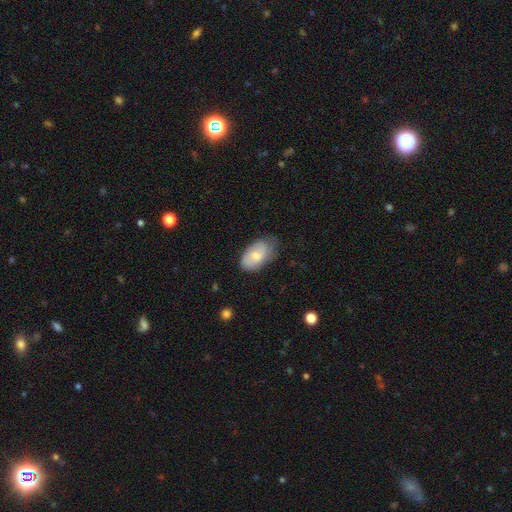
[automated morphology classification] smooth 67%, featured or disk 27%, star or artifact 6%. Down the decision tree: how rounded — in between (93%); merging — none (59%).